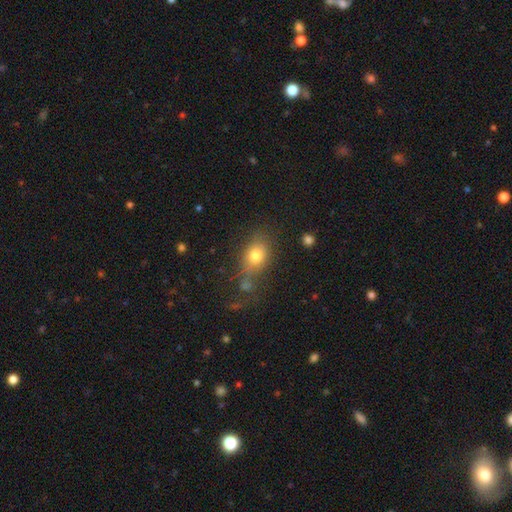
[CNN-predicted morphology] smooth 76%, featured or disk 13%, star or artifact 12%. Down the decision tree: how rounded — in between (62%); merging — none (55%).